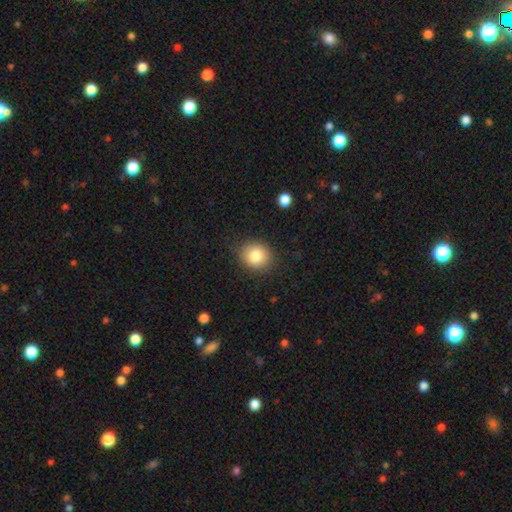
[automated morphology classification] smooth 83%, star or artifact 9%, featured or disk 8%. Down the decision tree: how rounded — round (72%); merging — none (85%).